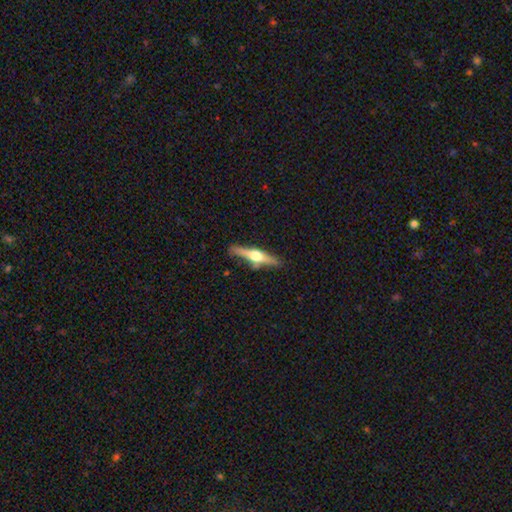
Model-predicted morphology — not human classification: smooth_or_featured: featured or disk (p=0.71) [alt: smooth p=0.23]
disk_edge_on: yes (p=0.97) [alt: no p=0.03]
edge_on_bulge: rounded (p=0.94) [alt: boxy p=0.04]
merging: none (p=0.83) [alt: minor disturbance p=0.12]